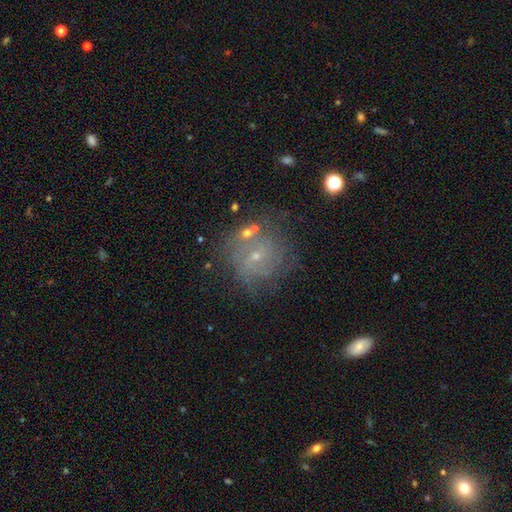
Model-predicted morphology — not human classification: smooth-or-featured: featured or disk: 65% | smooth: 19% | star or artifact: 15%
  disk-edge-on: no: 97% | yes: 3%
    bar: no: 65% | weak: 30% | strong: 6%
    has-spiral-arms: yes: 82% | no: 18%
      spiral-winding: tight: 61% | medium: 29% | loose: 10%
      spiral-arm-count: can't tell: 52% | 2: 17% | 3: 13% | 4: 8% | more than 4: 6% | 1: 5%
    bulge-size: small: 79% | moderate: 16% | none: 3% | large: 1% | dominant: 1%
  merging: none: 68% | minor disturbance: 17% | major disturbance: 9% | merger: 6%